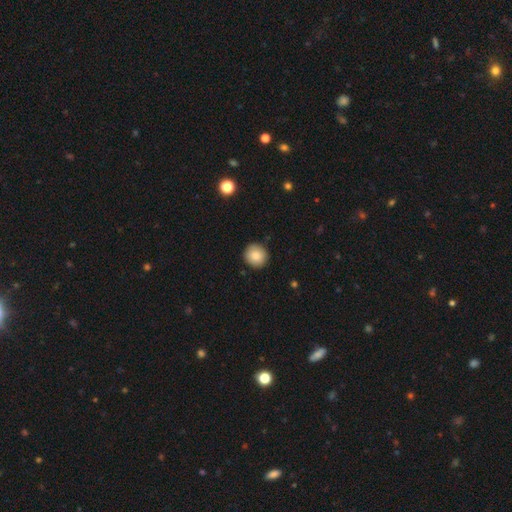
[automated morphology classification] smooth 86%, star or artifact 8%, featured or disk 6%. Down the decision tree: how rounded — round (92%); merging — none (90%).